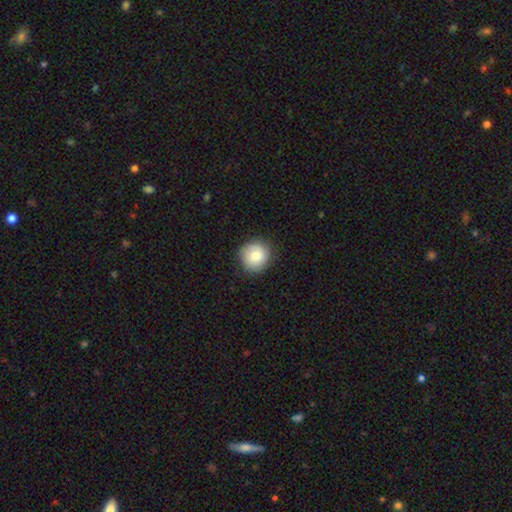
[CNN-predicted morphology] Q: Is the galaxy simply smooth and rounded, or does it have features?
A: smooth — 81%.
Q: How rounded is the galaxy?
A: round — 91%.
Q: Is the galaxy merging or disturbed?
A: none — 84%.